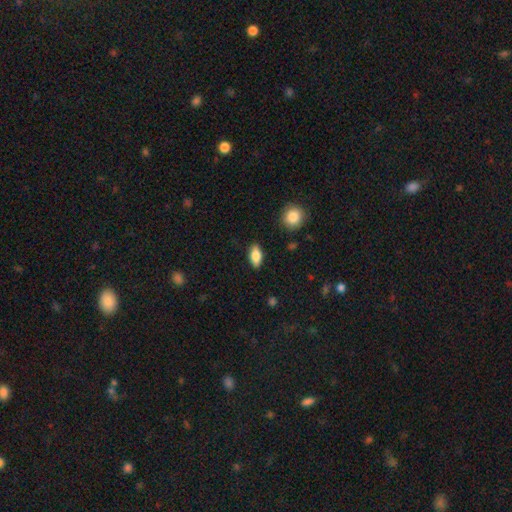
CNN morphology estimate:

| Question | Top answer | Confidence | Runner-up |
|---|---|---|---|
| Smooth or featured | smooth | 80% | featured or disk (13%) |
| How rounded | in between | 86% | cigar-shaped (9%) |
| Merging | none | 87% | minor disturbance (9%) |